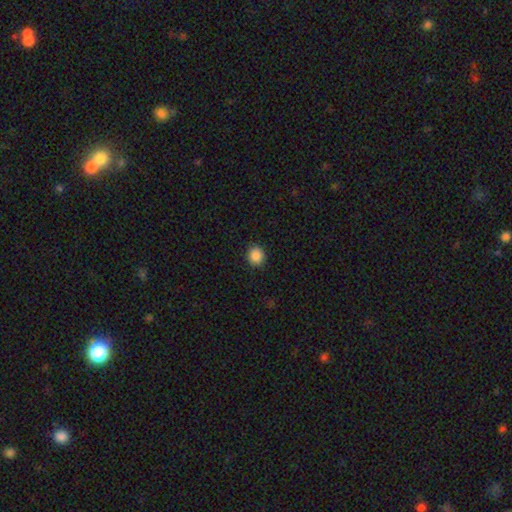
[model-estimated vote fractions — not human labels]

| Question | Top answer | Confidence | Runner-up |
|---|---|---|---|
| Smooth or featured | smooth | 88% | star or artifact (9%) |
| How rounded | round | 87% | in between (12%) |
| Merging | none | 91% | minor disturbance (6%) |